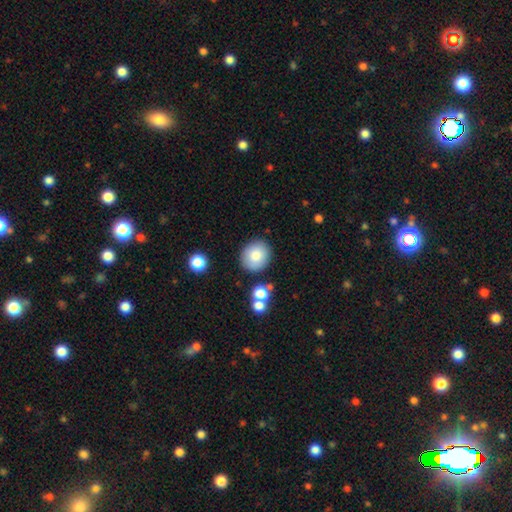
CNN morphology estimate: type=smooth (82%); roundness=round (74%); merging=none (83%).